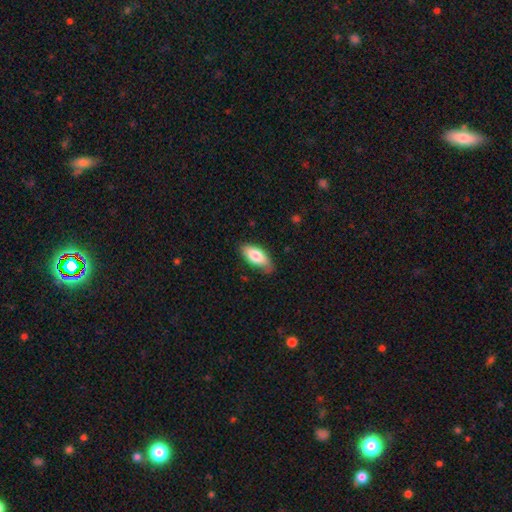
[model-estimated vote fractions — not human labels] smooth 78%, featured or disk 16%, star or artifact 6%. Down the decision tree: how rounded — in between (86%); merging — none (74%).